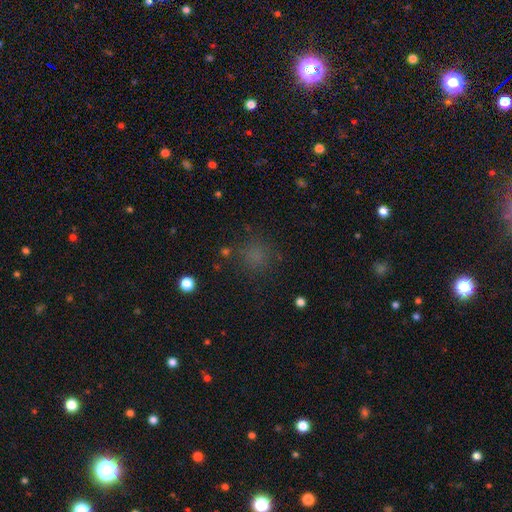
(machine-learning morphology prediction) Smooth or featured?
  - smooth: 69% *
  - star or artifact: 24%
  - featured or disk: 7%
How rounded?
  - round: 87% *
  - in between: 12%
  - cigar-shaped: 1%
Merging?
  - none: 79% *
  - minor disturbance: 12%
  - major disturbance: 6%
  - merger: 3%